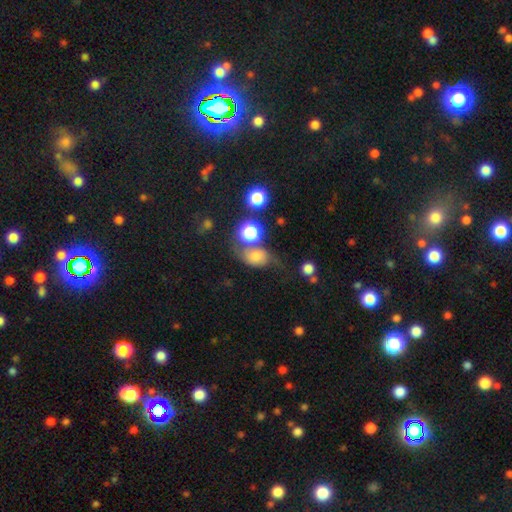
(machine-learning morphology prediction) smooth-or-featured: smooth: 64% | featured or disk: 22% | star or artifact: 14%
  how-rounded: in between: 54% | round: 44% | cigar-shaped: 2%
  merging: none: 39% | minor disturbance: 23% | merger: 21% | major disturbance: 16%